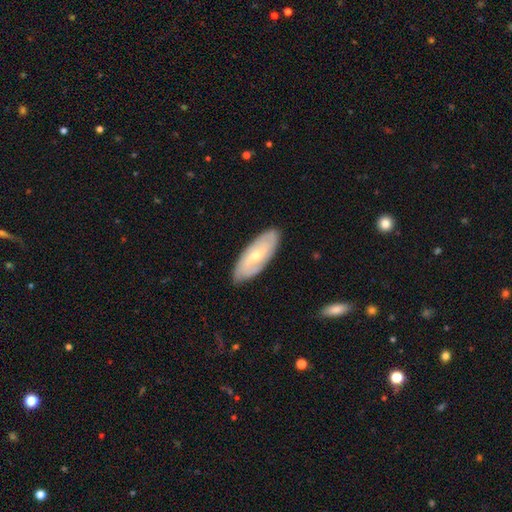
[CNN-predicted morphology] smooth_or_featured: featured or disk (p=0.60) [alt: smooth p=0.34]
disk_edge_on: no (p=0.86) [alt: yes p=0.14]
bar: no (p=0.51) [alt: weak p=0.38]
has_spiral_arms: yes (p=0.78) [alt: no p=0.22]
bulge_size: small (p=0.58) [alt: moderate p=0.39]
merging: none (p=0.86) [alt: minor disturbance p=0.11]